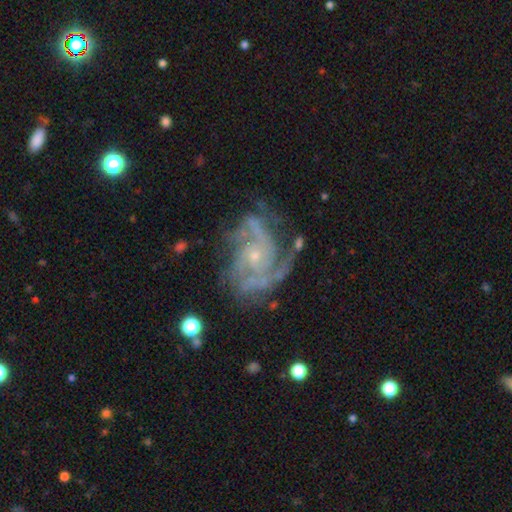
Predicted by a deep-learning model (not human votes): The model was most divided on "spiral arm count": 2: 31%, 3: 30%, can't tell: 15%, 4: 10%, 1: 6%, more than 4: 6%. Remaining: edge-on disk — no (98%); spiral arms — yes (97%); smooth or featured — featured or disk (89%); bulge size — small (77%); bar — no (71%); merging — none (61%); spiral winding — medium (45%).